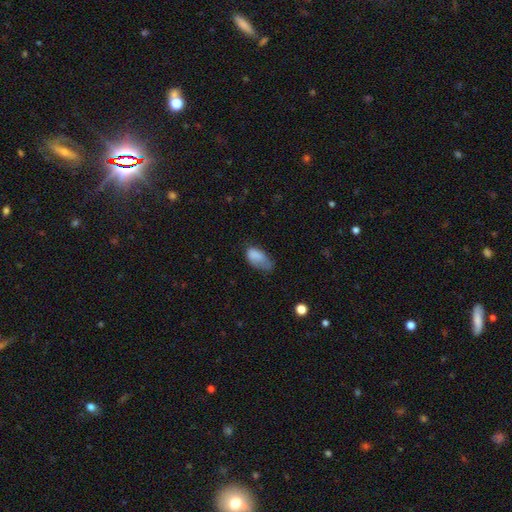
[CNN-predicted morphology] Smooth or featured? Predicted: smooth (p=0.79). How rounded? Predicted: in between (p=0.93). Merging? Predicted: minor disturbance (p=0.40).